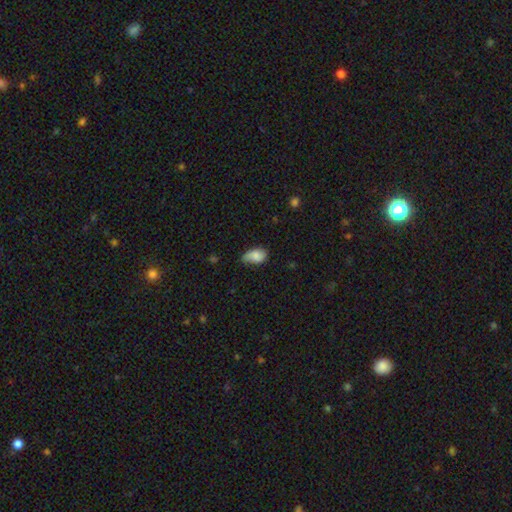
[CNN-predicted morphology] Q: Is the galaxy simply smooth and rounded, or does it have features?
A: smooth — 82%.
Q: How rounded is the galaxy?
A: in between — 91%.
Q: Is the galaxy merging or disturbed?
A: minor disturbance — 44%.